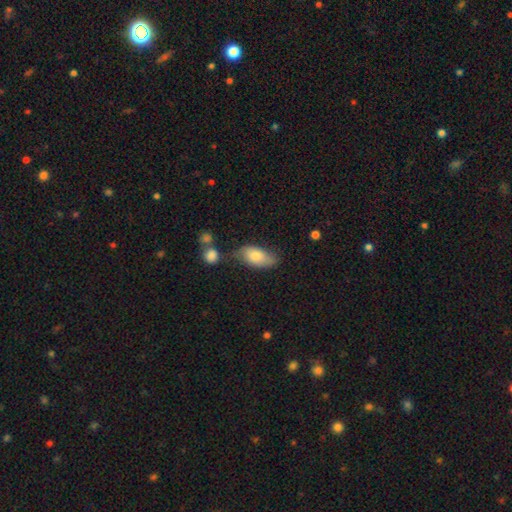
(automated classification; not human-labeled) smooth-or-featured: smooth: 76% | featured or disk: 17% | star or artifact: 7%
  how-rounded: in between: 90% | cigar-shaped: 6% | round: 4%
  merging: none: 53% | minor disturbance: 28% | merger: 10% | major disturbance: 10%